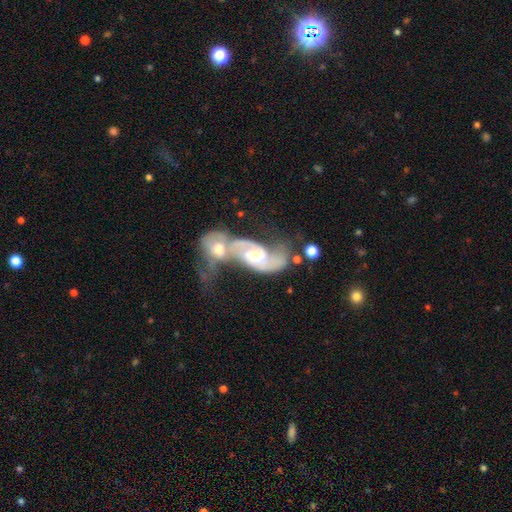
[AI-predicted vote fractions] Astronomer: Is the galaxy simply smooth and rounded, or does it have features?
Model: featured or disk — 86%.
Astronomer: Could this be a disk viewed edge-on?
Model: no — 96%.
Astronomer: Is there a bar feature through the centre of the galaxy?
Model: weak — 48% (runner-up: no, 33%).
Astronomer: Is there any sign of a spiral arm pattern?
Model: yes — 95%.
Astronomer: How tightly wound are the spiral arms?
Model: medium — 46% (runner-up: loose, 40%).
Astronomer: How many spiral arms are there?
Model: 2 — 89%.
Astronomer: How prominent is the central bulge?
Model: moderate — 52% (runner-up: small, 34%).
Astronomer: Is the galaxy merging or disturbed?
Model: merger — 71%.